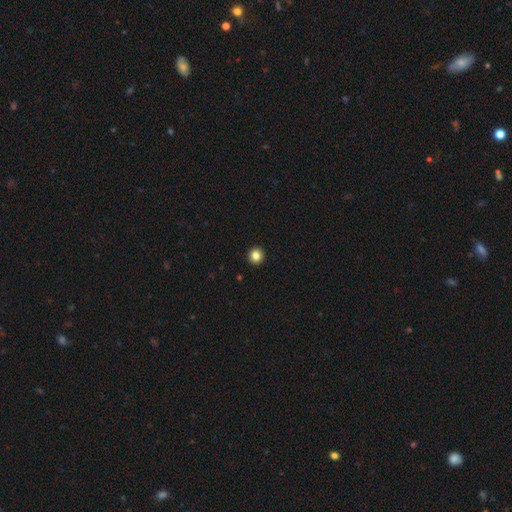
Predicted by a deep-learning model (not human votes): smooth_or_featured: smooth (p=0.84) [alt: star or artifact p=0.11]
how_rounded: round (p=0.93) [alt: in between p=0.06]
merging: none (p=0.94) [alt: minor disturbance p=0.04]